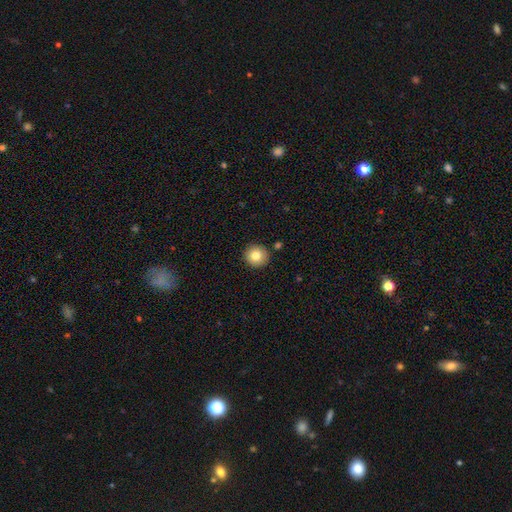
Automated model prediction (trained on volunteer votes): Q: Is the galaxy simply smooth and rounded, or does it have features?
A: smooth — 81%.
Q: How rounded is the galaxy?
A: round — 94%.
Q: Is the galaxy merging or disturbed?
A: none — 90%.